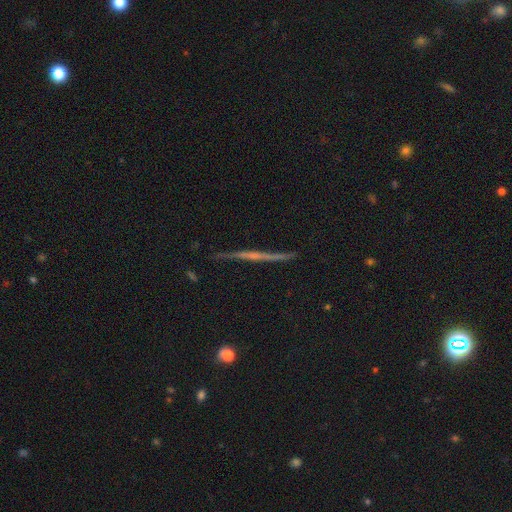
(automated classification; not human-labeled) This appears to be a featured or disk galaxy (69%) viewed edge-on (97%) with no central bulge (68%). Merging: none (88%).